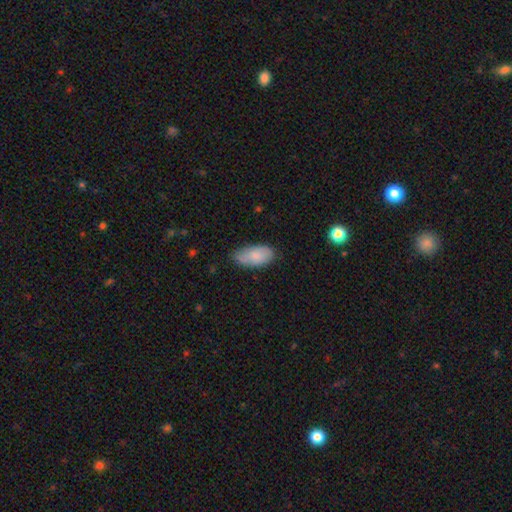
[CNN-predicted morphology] This appears to be a smooth galaxy with no disk features (79%) that is in between round and cigar-shaped (94%). Merging: none (68%).